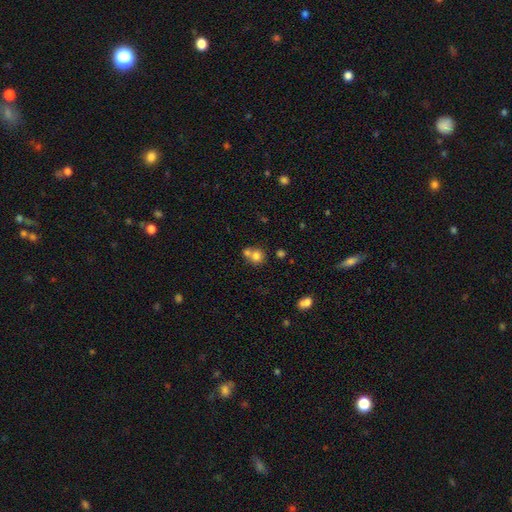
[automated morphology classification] Smooth or featured? smooth (76%)
How rounded? round (84%)
Merging? merger (48%)